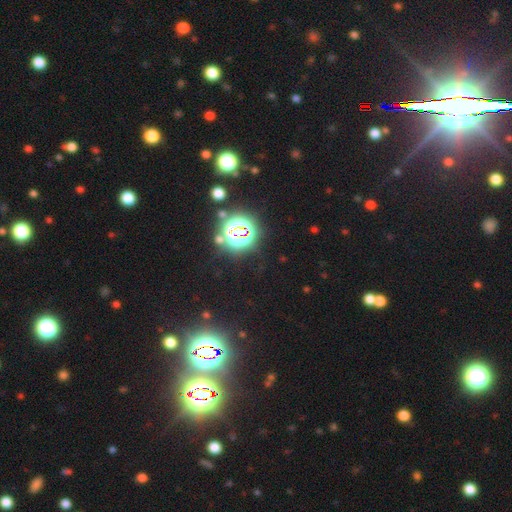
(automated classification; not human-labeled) A star or artifact, not a galaxy (81%).